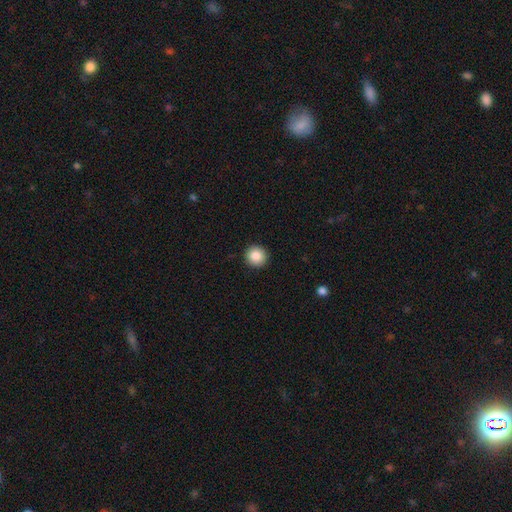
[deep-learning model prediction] smooth_or_featured: smooth (p=0.86) [alt: star or artifact p=0.09]
how_rounded: round (p=0.94) [alt: in between p=0.05]
merging: none (p=0.93) [alt: minor disturbance p=0.05]